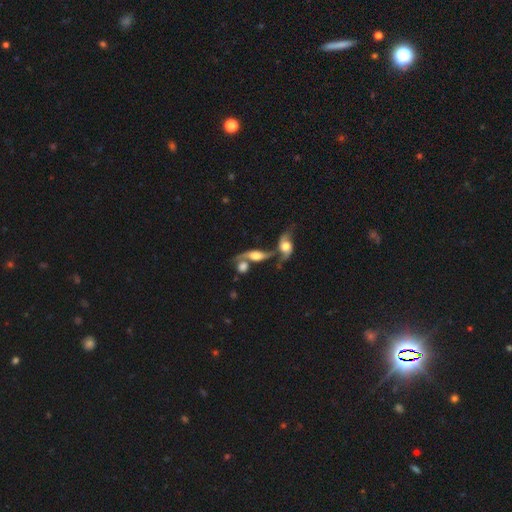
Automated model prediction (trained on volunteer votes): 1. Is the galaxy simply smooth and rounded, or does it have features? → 69% featured or disk, 23% smooth, 9% star or artifact.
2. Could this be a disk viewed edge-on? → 72% no, 28% yes.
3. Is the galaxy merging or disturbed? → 55% merger, 28% none, 9% minor disturbance, 8% major disturbance.